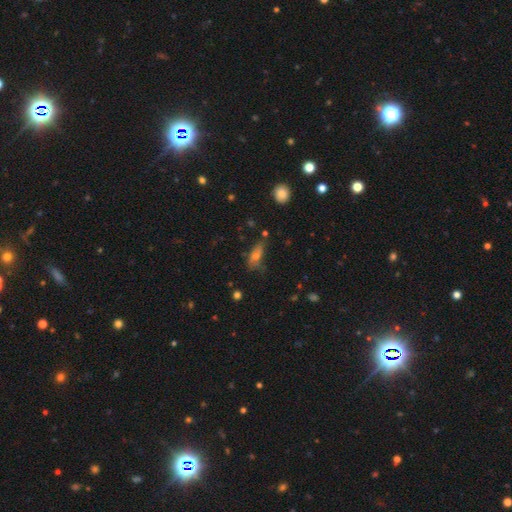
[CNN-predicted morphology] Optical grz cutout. It shows a smooth galaxy with no disk features (60%) that is in between round and cigar-shaped (71%). Merging: none (46%).